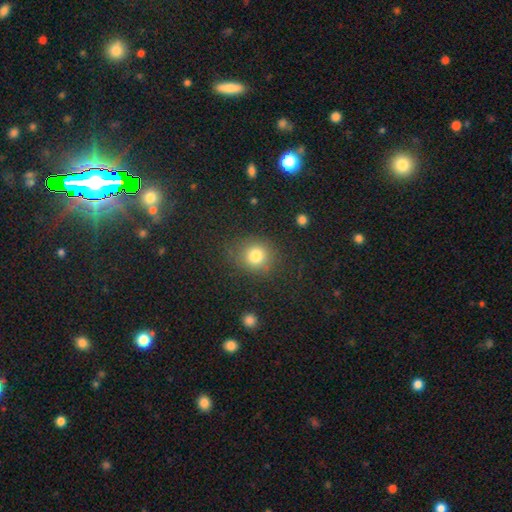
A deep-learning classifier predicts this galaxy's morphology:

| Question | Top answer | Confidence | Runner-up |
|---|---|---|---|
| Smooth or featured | smooth | 79% | star or artifact (14%) |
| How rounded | round | 83% | in between (16%) |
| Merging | none | 82% | minor disturbance (11%) |